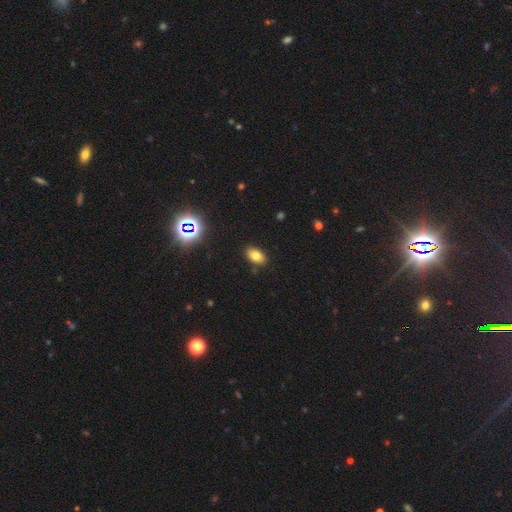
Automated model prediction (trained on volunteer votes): smooth 76%, star or artifact 14%, featured or disk 10%. Down the decision tree: how rounded — in between (89%); merging — none (87%).